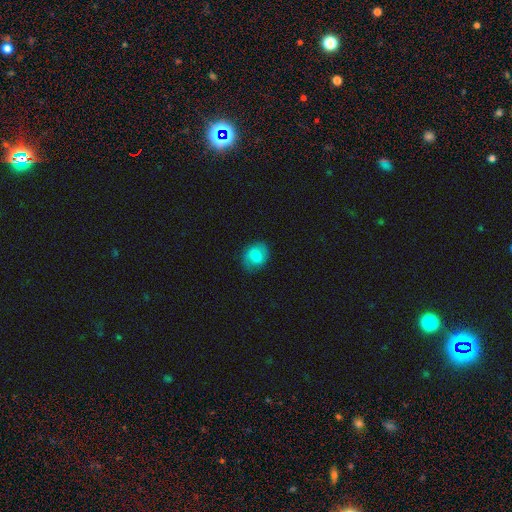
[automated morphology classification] This is likely a smooth galaxy (76%). How rounded: possibly in between (50%). Merging: likely none (77%).